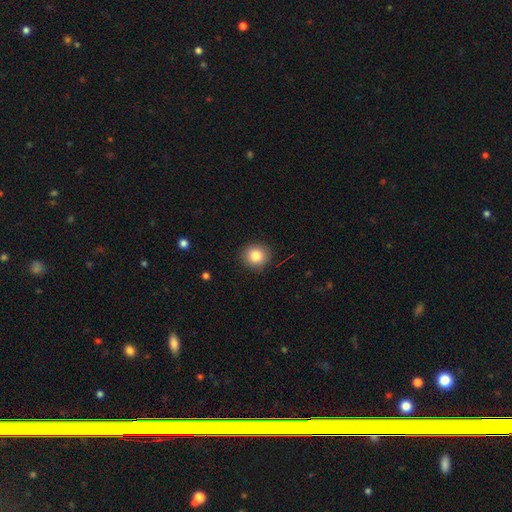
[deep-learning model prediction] smooth 83%, star or artifact 9%, featured or disk 7%. Down the decision tree: how rounded — round (86%); merging — none (89%).